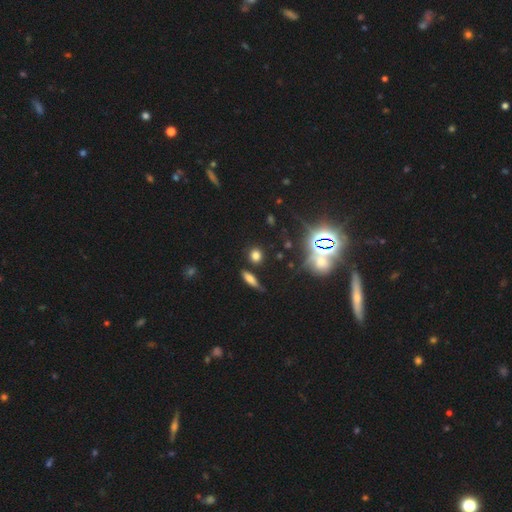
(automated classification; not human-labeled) A smooth galaxy with no disk features (68%) that is round (72%).

Vote fractions:
- Smooth or featured? smooth: 68% / star or artifact: 24% / featured or disk: 8%
- How rounded? round: 72% / in between: 21% / cigar-shaped: 6%
- Merging? none: 81% / minor disturbance: 10% / merger: 5% / major disturbance: 3%